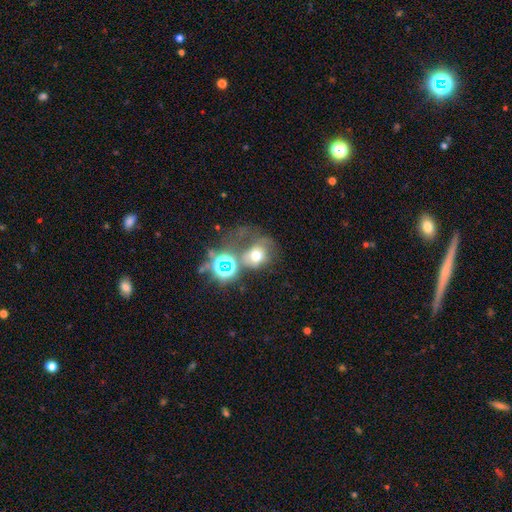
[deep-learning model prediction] A smooth galaxy with no disk features (51%) that is round (62%).

Vote fractions:
- Smooth or featured? smooth: 51% / star or artifact: 26% / featured or disk: 23%
- How rounded? round: 62% / in between: 36% / cigar-shaped: 1%
- Merging? major disturbance: 30% / none: 29% / merger: 24% / minor disturbance: 17%